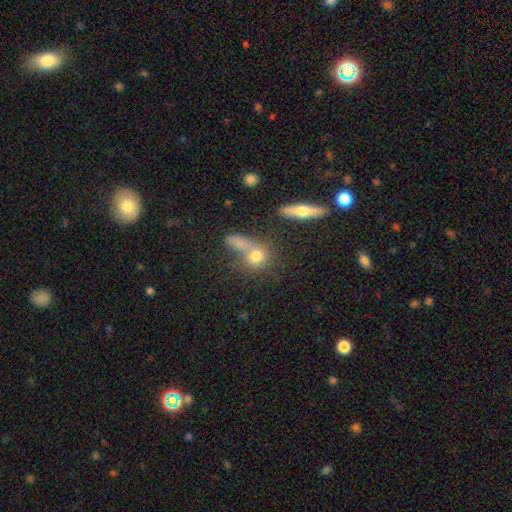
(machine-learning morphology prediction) smooth_or_featured: smooth (p=0.71) [alt: featured or disk p=0.16]
how_rounded: round (p=0.68) [alt: in between p=0.26]
merging: none (p=0.48) [alt: merger p=0.37]